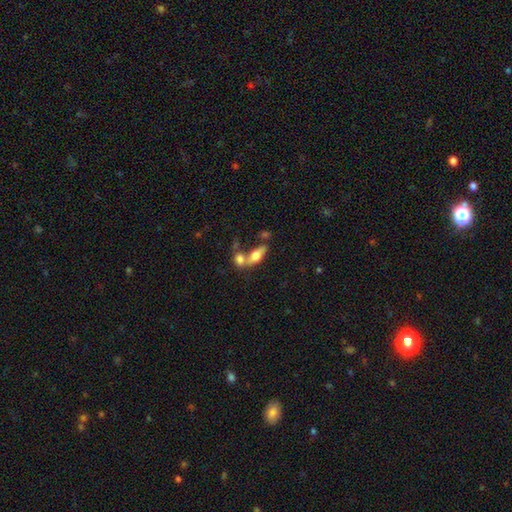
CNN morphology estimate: smooth_or_featured: smooth (p=0.59) [alt: featured or disk p=0.33]
how_rounded: in between (p=0.68) [alt: cigar-shaped p=0.24]
merging: merger (p=0.55) [alt: none p=0.31]